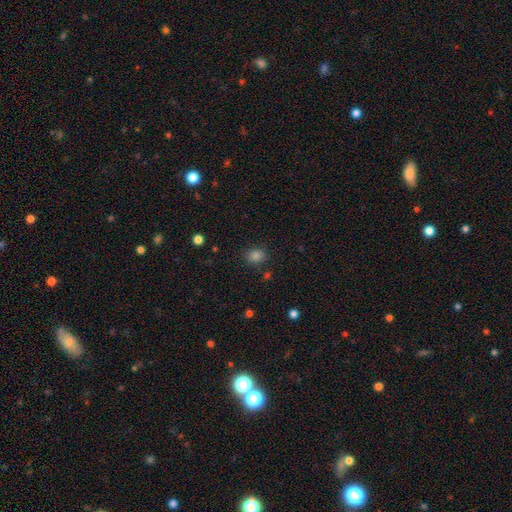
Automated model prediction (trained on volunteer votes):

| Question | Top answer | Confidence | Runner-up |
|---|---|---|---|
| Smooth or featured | smooth | 81% | star or artifact (14%) |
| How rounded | round | 58% | in between (41%) |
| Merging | none | 83% | minor disturbance (11%) |